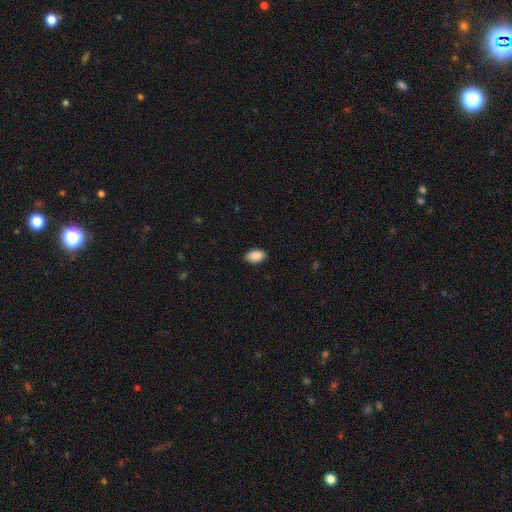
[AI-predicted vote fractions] Smooth or featured?
  - smooth: 90% *
  - star or artifact: 7%
  - featured or disk: 3%
How rounded?
  - in between: 92% *
  - round: 7%
  - cigar-shaped: 1%
Merging?
  - none: 87% *
  - minor disturbance: 10%
  - major disturbance: 2%
  - merger: 1%